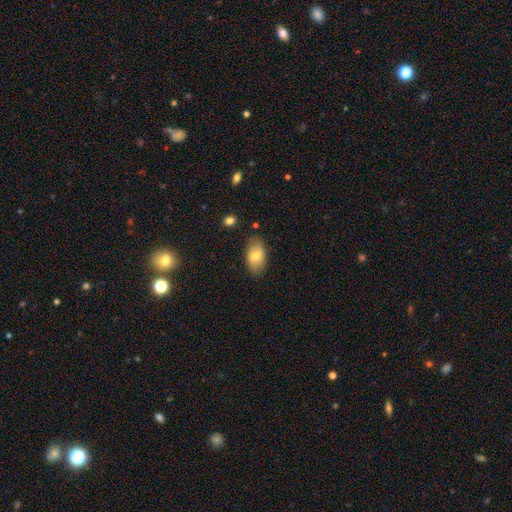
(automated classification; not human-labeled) The model was most divided on "smooth or featured": smooth: 72%, featured or disk: 20%, star or artifact: 7%. More confident: how rounded — in between (92%); merging — none (80%).